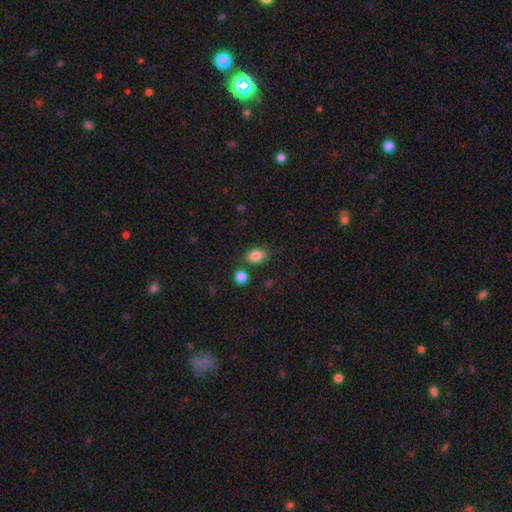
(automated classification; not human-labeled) Morphology: type=smooth (84%); roundness=in between (77%); merging=none (76%).